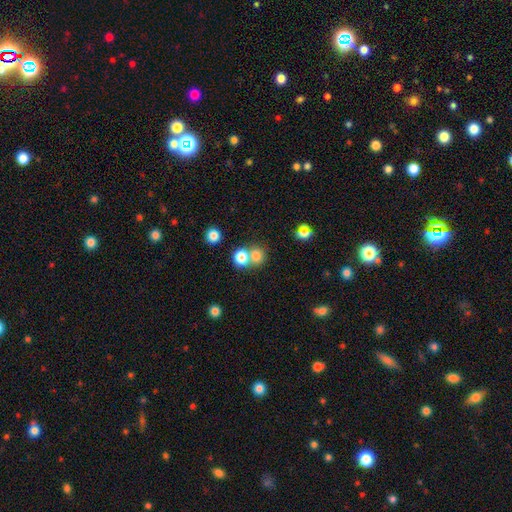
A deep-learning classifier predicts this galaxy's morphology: type=smooth (79%); roundness=round (78%); merging=merger (51%).